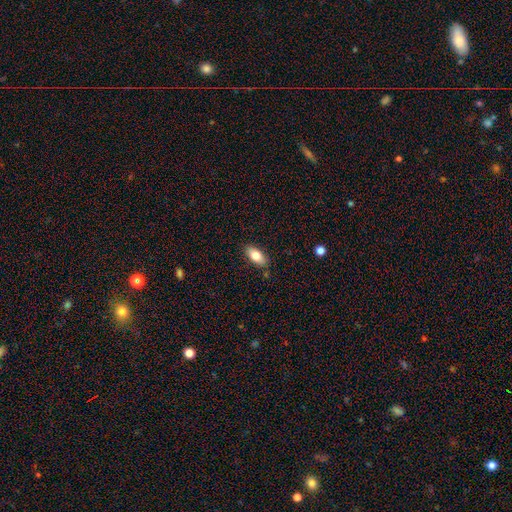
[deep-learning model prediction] This is likely a smooth galaxy (80%). How rounded: clearly in between (89%). Merging: clearly none (85%).